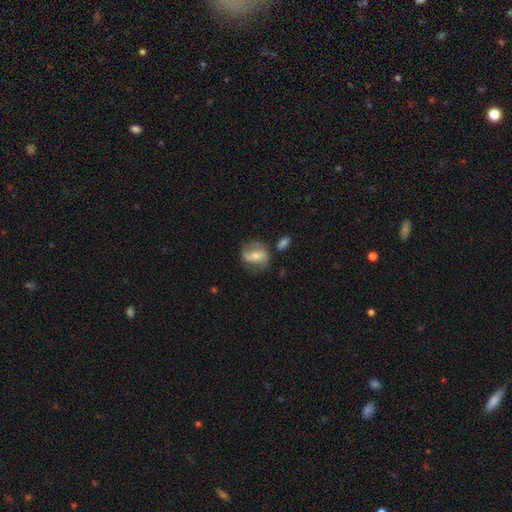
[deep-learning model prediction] smooth_or_featured: smooth (p=0.47) [alt: featured or disk p=0.45]
merging: none (p=0.58) [alt: minor disturbance p=0.23]